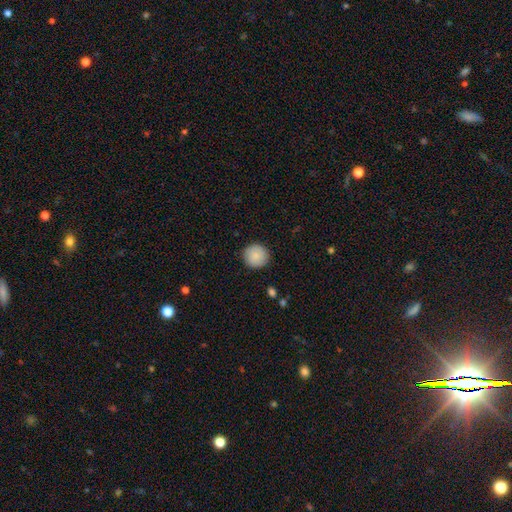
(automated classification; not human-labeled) Overall: smooth (84%). How rounded: round (94%). Merging: none (89%).